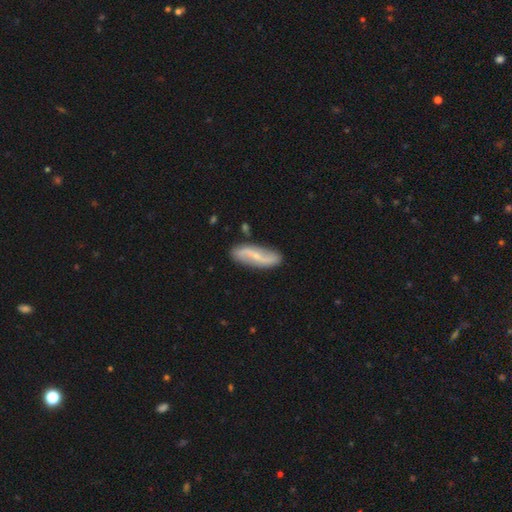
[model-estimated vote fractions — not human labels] Overall: featured or disk (73%). Edge-on disk: no (89%). Bar: weak (38%; no 31%). Spiral arms: yes (91%). Spiral arm count: 2 (92%). Spiral winding: loose (76%). Bulge size: small (73%). Merging: none (83%).